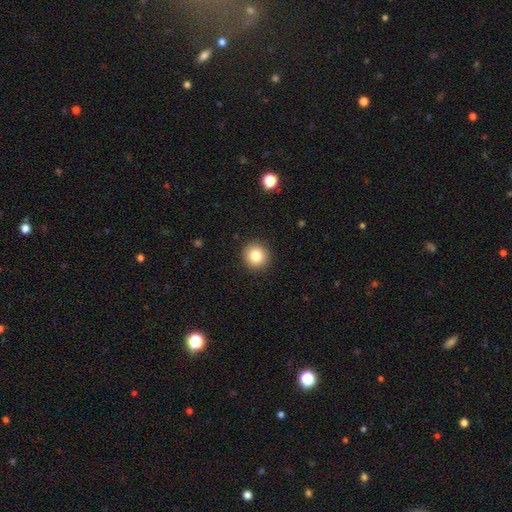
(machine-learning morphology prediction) This is clearly a smooth galaxy (82%). How rounded: clearly round (93%). Merging: clearly none (92%).